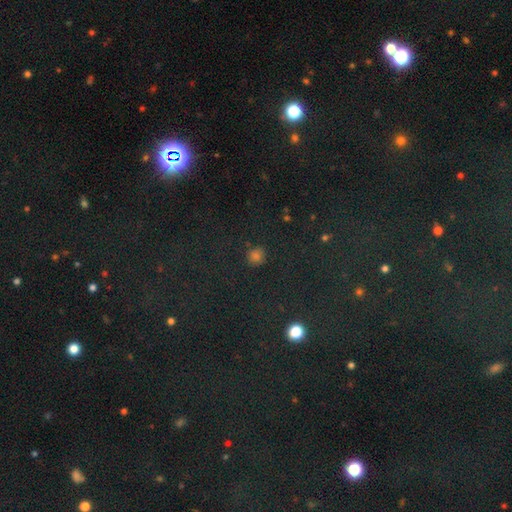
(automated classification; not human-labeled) smooth-or-featured: star or artifact: 62% | smooth: 29% | featured or disk: 8%